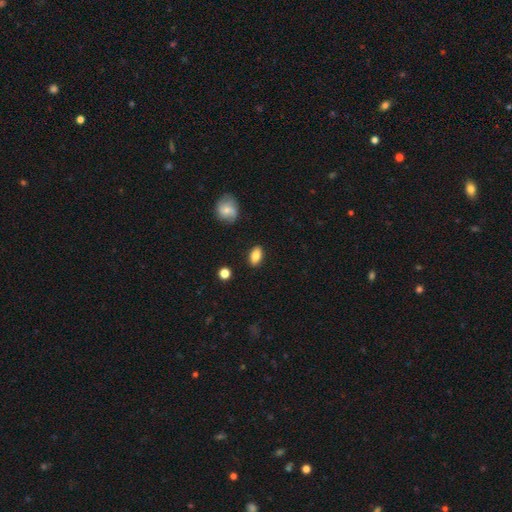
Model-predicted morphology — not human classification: smooth-or-featured: smooth: 84% | featured or disk: 8% | star or artifact: 8%
  how-rounded: in between: 88% | round: 7% | cigar-shaped: 4%
  merging: none: 88% | minor disturbance: 9% | major disturbance: 2% | merger: 1%